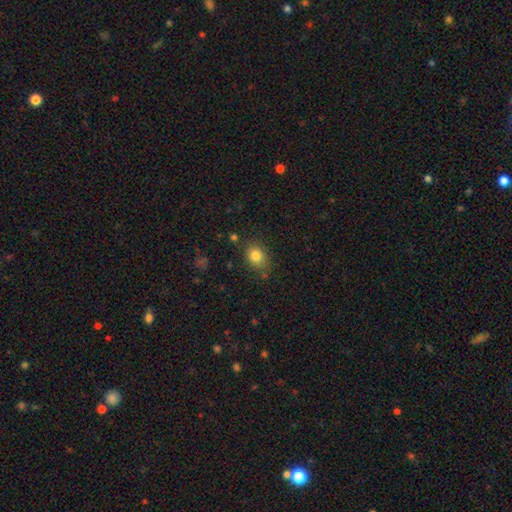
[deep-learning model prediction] Q: Smooth or featured?
A: smooth (82%); runner-up: star or artifact (11%)
Q: How rounded?
A: in between (57%); runner-up: round (42%)
Q: Merging?
A: none (76%); runner-up: minor disturbance (16%)